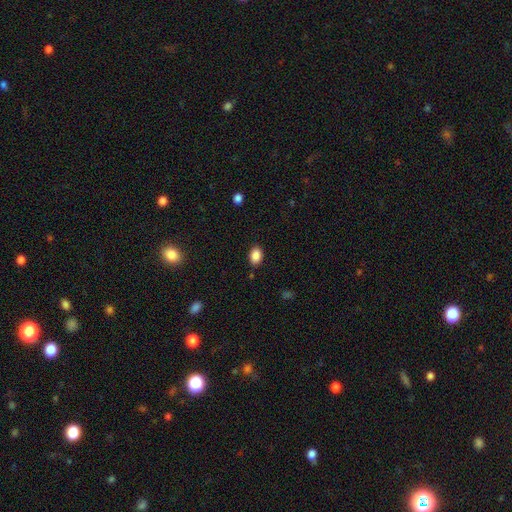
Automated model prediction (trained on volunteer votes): Smooth or featured?
  - smooth: 87% *
  - star or artifact: 9%
  - featured or disk: 4%
How rounded?
  - in between: 81% *
  - round: 18%
  - cigar-shaped: 1%
Merging?
  - none: 86% *
  - minor disturbance: 10%
  - major disturbance: 2%
  - merger: 2%